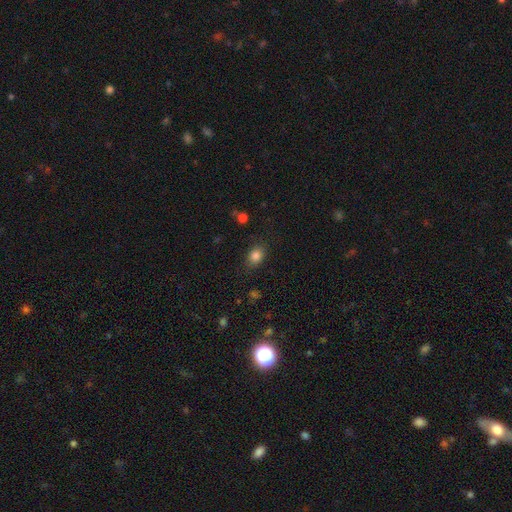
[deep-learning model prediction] A smooth galaxy with no disk features (83%) that is in between round and cigar-shaped (63%).

Vote fractions:
- Smooth or featured? smooth: 83% / star or artifact: 11% / featured or disk: 6%
- How rounded? in between: 63% / round: 36% / cigar-shaped: 1%
- Merging? none: 82% / minor disturbance: 13% / major disturbance: 4% / merger: 2%